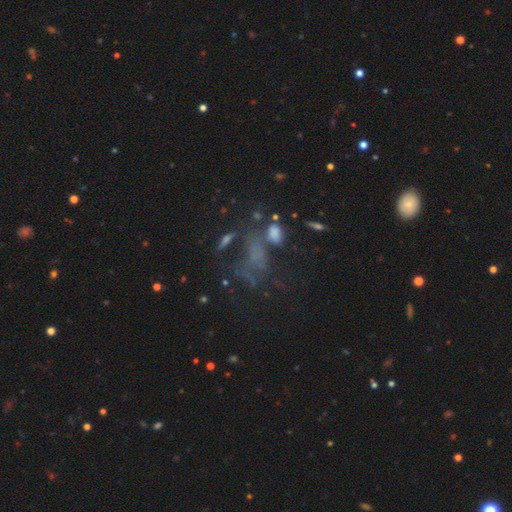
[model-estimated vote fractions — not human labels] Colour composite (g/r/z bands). It shows a smooth galaxy with no disk features (37%). Merging: none (33%, tied with major disturbance).